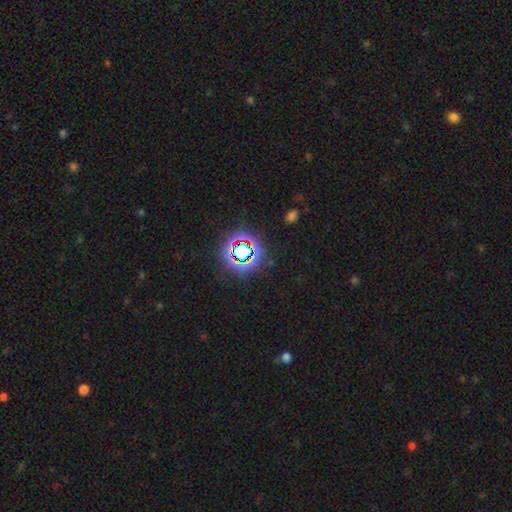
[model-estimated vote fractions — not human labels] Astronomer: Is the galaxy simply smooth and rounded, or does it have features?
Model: star or artifact — 78%.